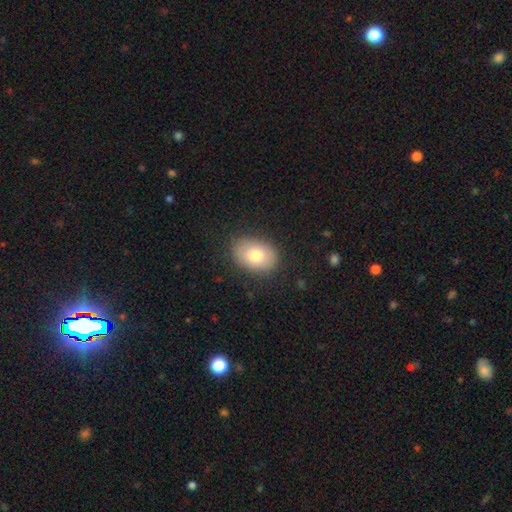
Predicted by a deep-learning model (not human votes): Smooth or featured? Predicted: smooth (p=0.77). How rounded? Predicted: in between (p=0.76). Merging? Predicted: none (p=0.85).